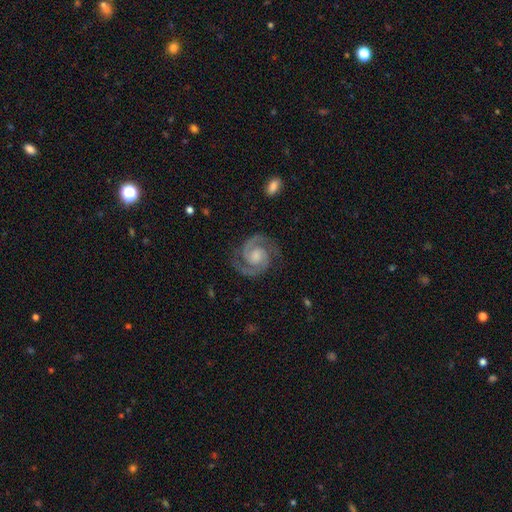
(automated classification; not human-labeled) Morphology: type=featured or disk (93%); edge-on=no (98%); bar=no (55%); spiral arms=yes (99%); winding=tight (49%); arm count=2 (94%); bulge=moderate (42%); merging=none (83%).